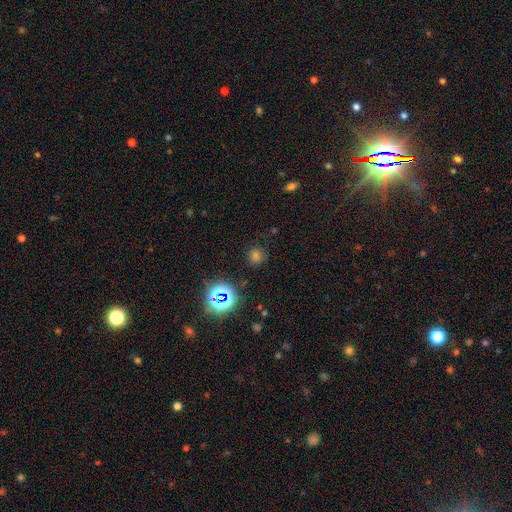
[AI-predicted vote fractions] A smooth galaxy with no disk features (60%) that is round (82%).

Vote fractions:
- Smooth or featured? smooth: 60% / star or artifact: 34% / featured or disk: 7%
- How rounded? round: 82% / in between: 17% / cigar-shaped: 1%
- Merging? none: 79% / minor disturbance: 13% / major disturbance: 5% / merger: 2%